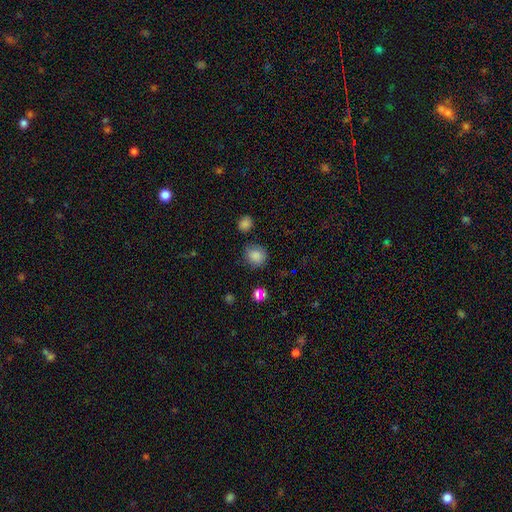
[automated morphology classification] Q: Smooth or featured?
A: smooth (83%); runner-up: star or artifact (12%)
Q: How rounded?
A: round (79%); runner-up: in between (20%)
Q: Merging?
A: none (77%); runner-up: minor disturbance (15%)